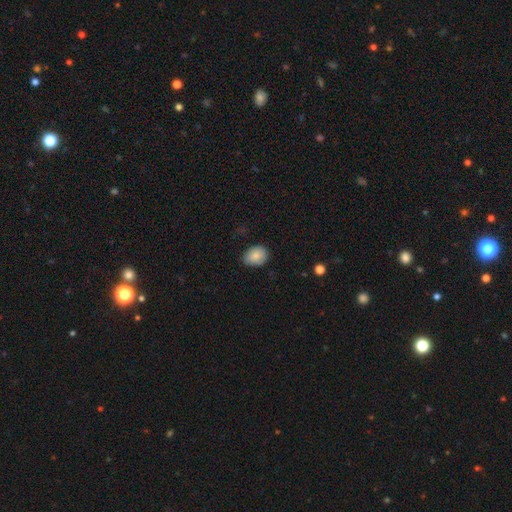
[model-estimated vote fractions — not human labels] Smooth or featured?
  - smooth: 84% *
  - featured or disk: 9%
  - star or artifact: 7%
How rounded?
  - in between: 69% *
  - round: 30%
  - cigar-shaped: 1%
Merging?
  - none: 72% *
  - minor disturbance: 24%
  - major disturbance: 3%
  - merger: 1%